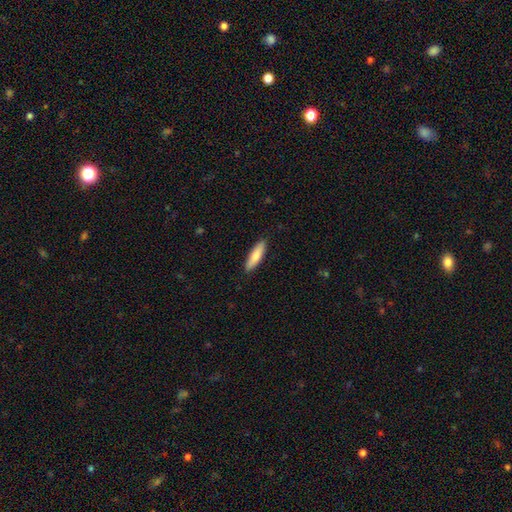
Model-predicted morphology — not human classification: A smooth galaxy with no disk features (79%) that is cigar-shaped (66%).

Vote fractions:
- Smooth or featured? smooth: 79% / featured or disk: 16% / star or artifact: 5%
- How rounded? cigar-shaped: 66% / in between: 32% / round: 2%
- Merging? none: 89% / minor disturbance: 8% / major disturbance: 2% / merger: 1%